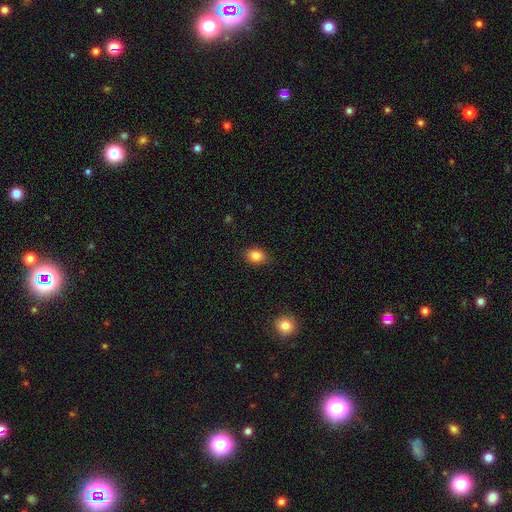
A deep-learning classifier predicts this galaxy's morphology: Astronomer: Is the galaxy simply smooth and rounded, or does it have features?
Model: smooth — 85%.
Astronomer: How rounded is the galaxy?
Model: in between — 69%.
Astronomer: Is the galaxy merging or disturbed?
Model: none — 84%.